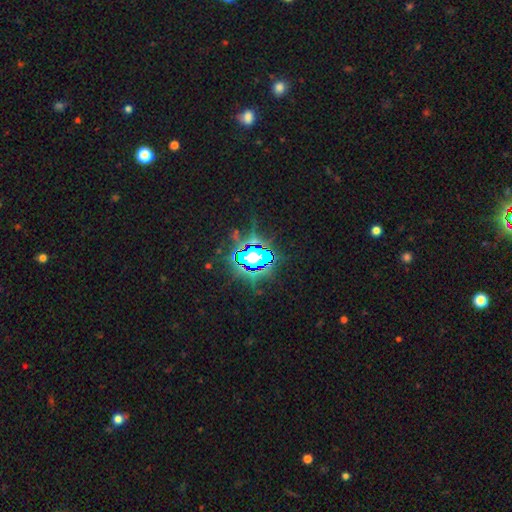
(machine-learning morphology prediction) This appears to be a star or artifact, not a galaxy (71%).